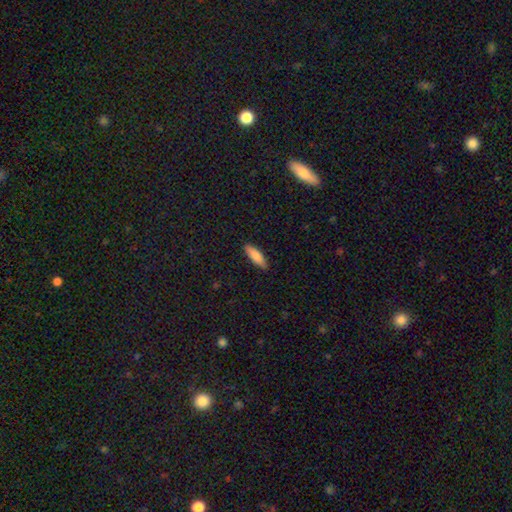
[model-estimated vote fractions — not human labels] Smooth or featured?
  - smooth: 85% *
  - featured or disk: 10%
  - star or artifact: 6%
How rounded?
  - cigar-shaped: 50% *
  - in between: 49%
  - round: 2%
Merging?
  - none: 86% *
  - minor disturbance: 11%
  - major disturbance: 2%
  - merger: 1%